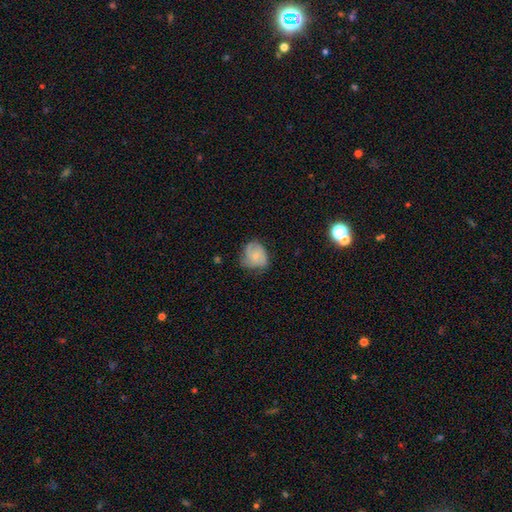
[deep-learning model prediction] This is possibly a smooth galaxy (50%). Merging: possibly none (49%).